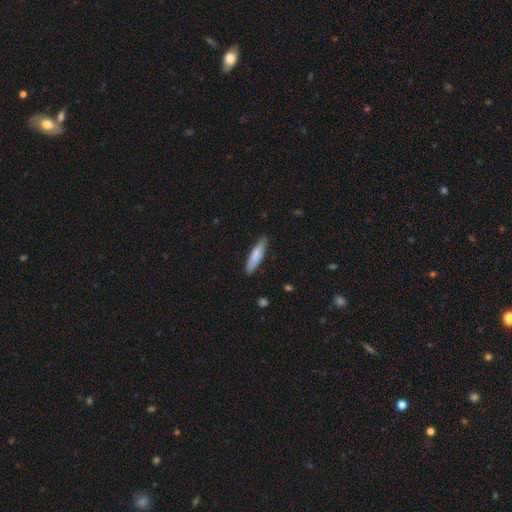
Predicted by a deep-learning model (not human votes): Smooth or featured? smooth (75%)
How rounded? cigar-shaped (72%)
Merging? none (83%)